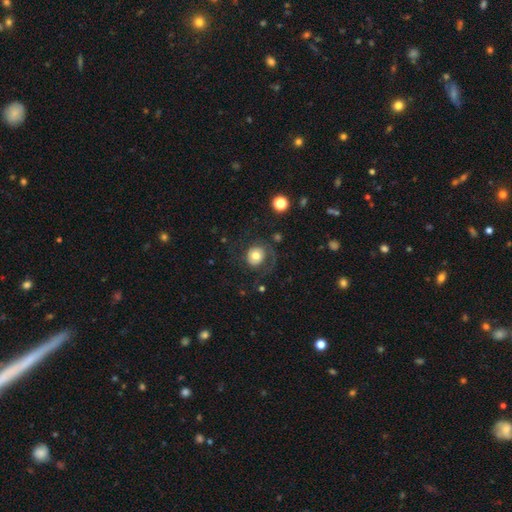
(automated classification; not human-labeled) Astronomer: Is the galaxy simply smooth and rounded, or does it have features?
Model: smooth — 60%.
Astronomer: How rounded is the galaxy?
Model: round — 82%.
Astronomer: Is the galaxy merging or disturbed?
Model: none — 53%.